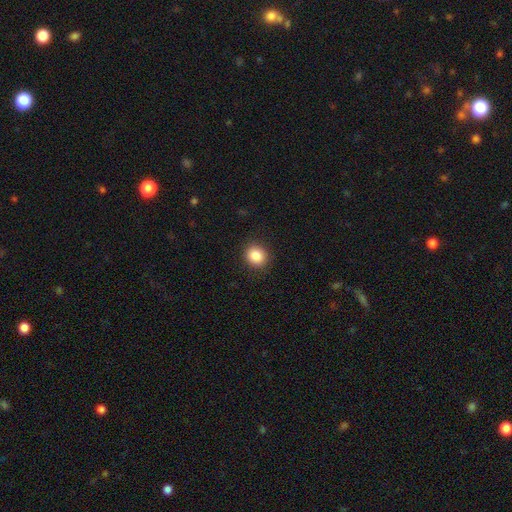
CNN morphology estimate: smooth_or_featured: smooth (p=0.85) [alt: star or artifact p=0.10]
how_rounded: round (p=0.81) [alt: in between p=0.18]
merging: none (p=0.91) [alt: minor disturbance p=0.06]